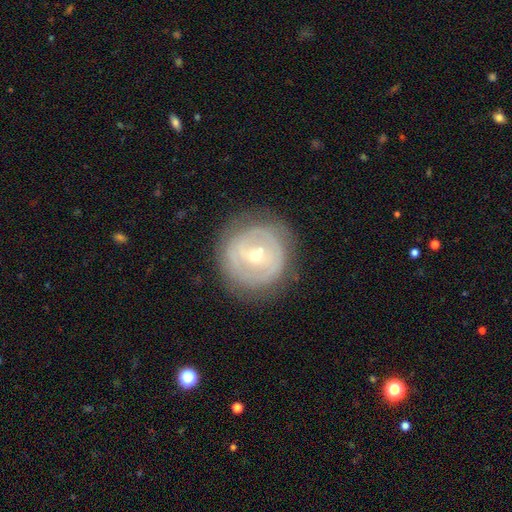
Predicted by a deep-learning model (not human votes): A featured or disk galaxy (70%) with a weak bar (40%, tied with no), spiral arms (55%) and a small central bulge (58%).

Vote fractions:
- Smooth or featured? featured or disk: 70% / smooth: 24% / star or artifact: 7%
- Edge-on disk? no: 96% / yes: 4%
- Bar? weak: 40% (tied) / no: 40% (tied) / strong: 19%
- Spiral arms? yes: 55% / no: 45%
- Bulge size? small: 58% / moderate: 39% / large: 2% / none: 1% / dominant: 1%
- Merging? none: 78% / minor disturbance: 14% / major disturbance: 7% / merger: 1%